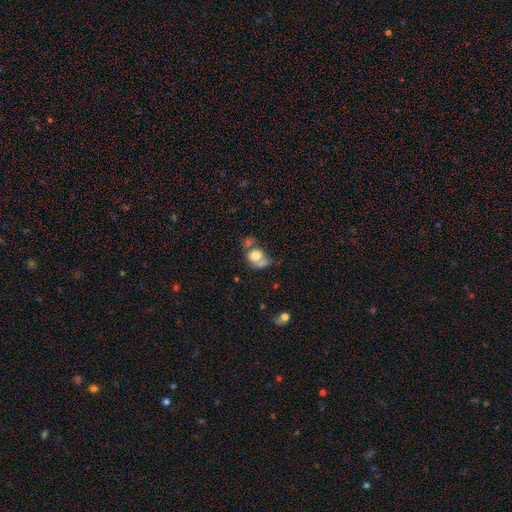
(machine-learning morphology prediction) Smooth or featured? smooth (69%)
How rounded? round (55%)
Merging? merger (38%)